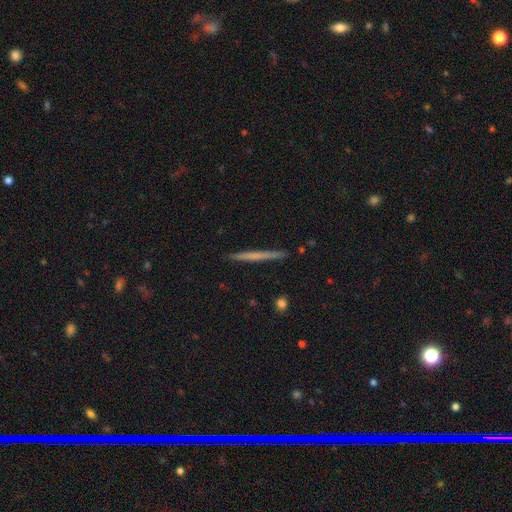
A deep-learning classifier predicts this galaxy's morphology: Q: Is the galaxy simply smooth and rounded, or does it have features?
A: smooth — 52%.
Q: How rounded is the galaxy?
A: cigar-shaped — 97%.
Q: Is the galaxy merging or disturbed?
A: none — 92%.